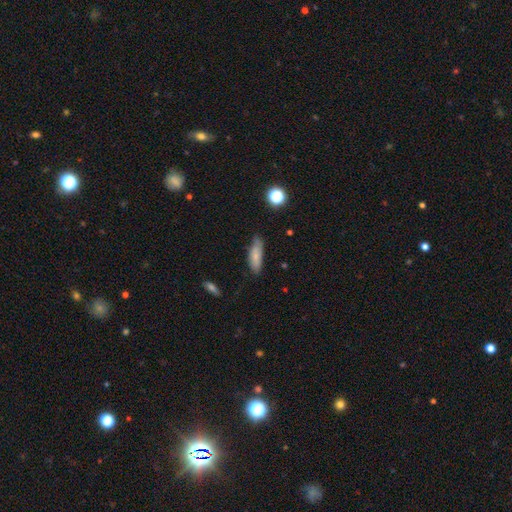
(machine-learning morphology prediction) type=smooth (73%); roundness=in between (56%); merging=none (66%).